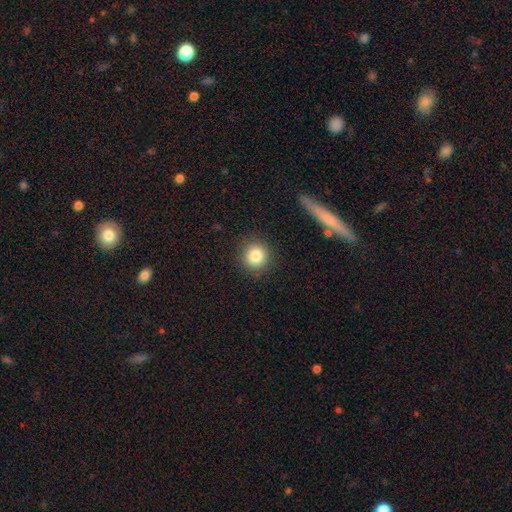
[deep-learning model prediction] Smooth or featured: smooth — 84% (star or artifact — 10%)
How rounded: round — 92% (in between — 7%)
Merging: none — 89% (minor disturbance — 7%)